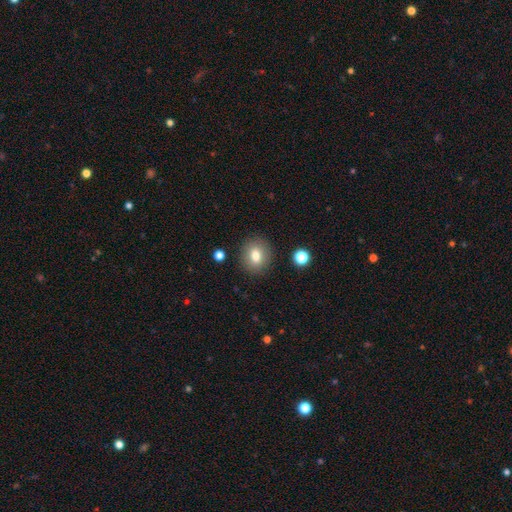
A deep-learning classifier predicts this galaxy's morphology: Smooth or featured? smooth (78%)
How rounded? round (70%)
Merging? none (87%)